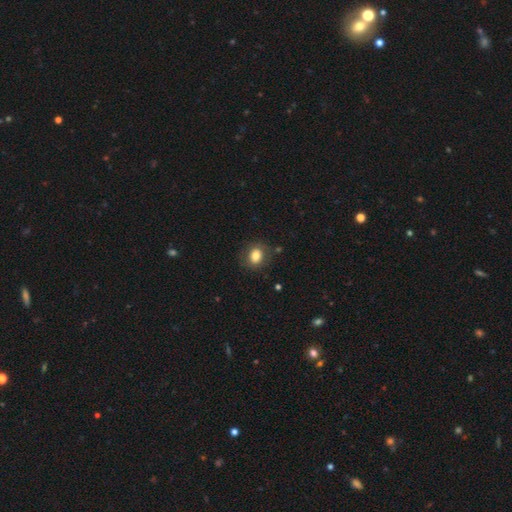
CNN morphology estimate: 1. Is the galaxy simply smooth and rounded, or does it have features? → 80% smooth, 11% featured or disk, 9% star or artifact.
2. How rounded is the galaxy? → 53% in between, 46% round, 1% cigar-shaped.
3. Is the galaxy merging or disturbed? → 79% none, 14% minor disturbance, 5% major disturbance, 2% merger.